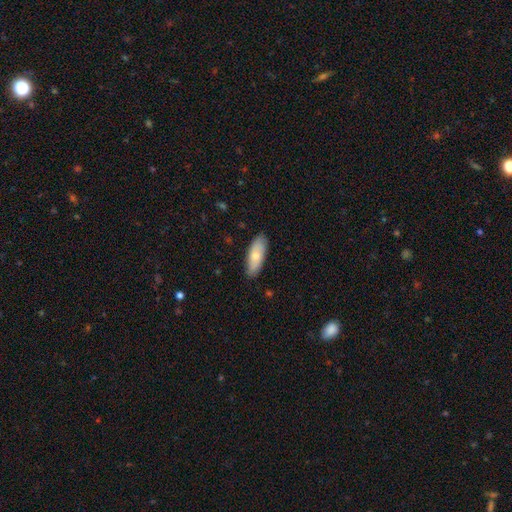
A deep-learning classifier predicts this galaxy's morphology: smooth_or_featured: smooth (p=0.70) [alt: featured or disk p=0.25]
how_rounded: in between (p=0.77) [alt: cigar-shaped p=0.21]
merging: none (p=0.84) [alt: minor disturbance p=0.13]